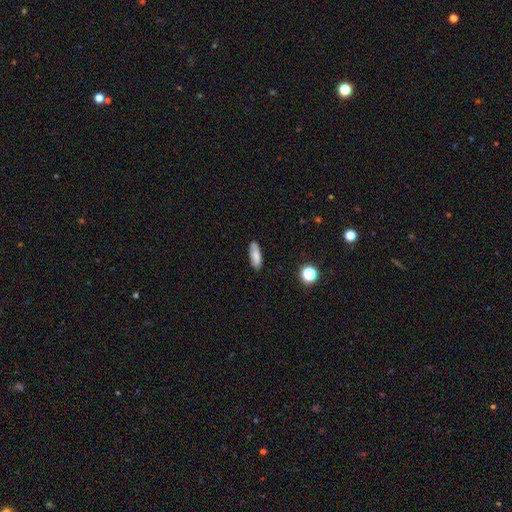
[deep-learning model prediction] Smooth or featured? smooth (81%)
How rounded? in between (61%)
Merging? none (83%)